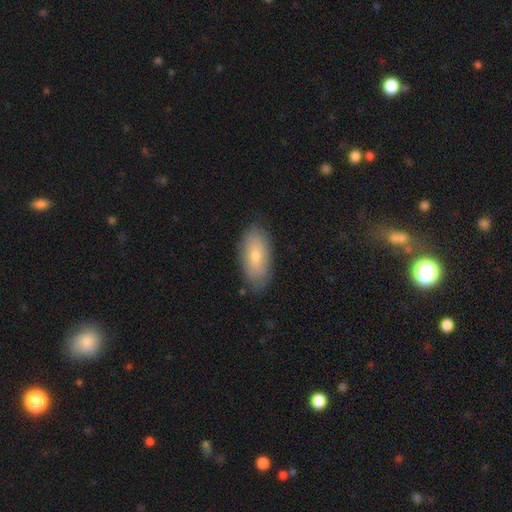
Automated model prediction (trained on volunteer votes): Smooth or featured? smooth (68%)
How rounded? in between (91%)
Merging? none (81%)